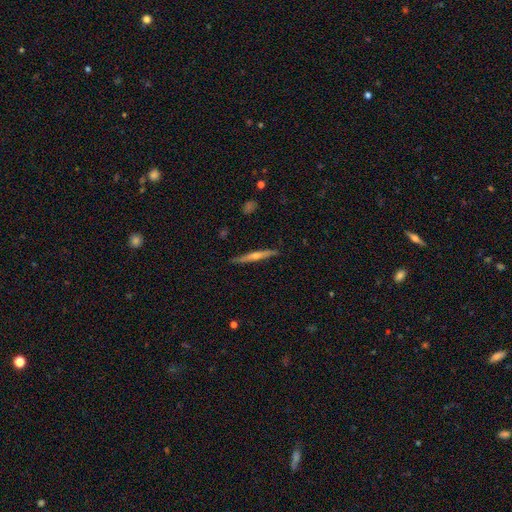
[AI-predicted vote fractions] A featured or disk galaxy (71%) viewed edge-on (98%) with a rounded central bulge (79%).

Vote fractions:
- Smooth or featured? featured or disk: 71% / smooth: 23% / star or artifact: 6%
- Edge-on disk? yes: 98% / no: 2%
- Edge-on bulge? rounded: 79% / none: 16% / boxy: 5%
- Merging? none: 90% / minor disturbance: 8% / major disturbance: 1% / merger: 1%